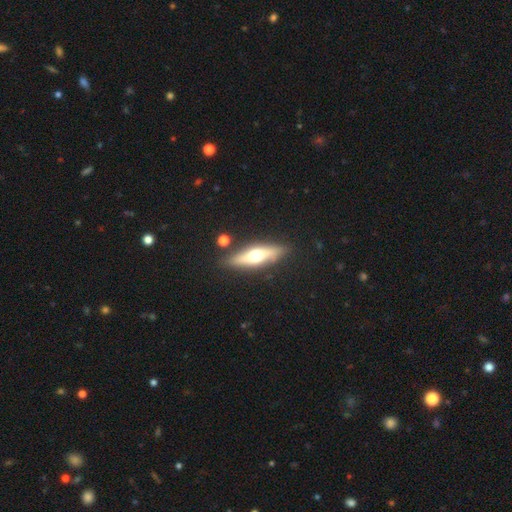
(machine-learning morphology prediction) type=featured or disk (54%); edge-on=yes (87%); merging=none (83%).